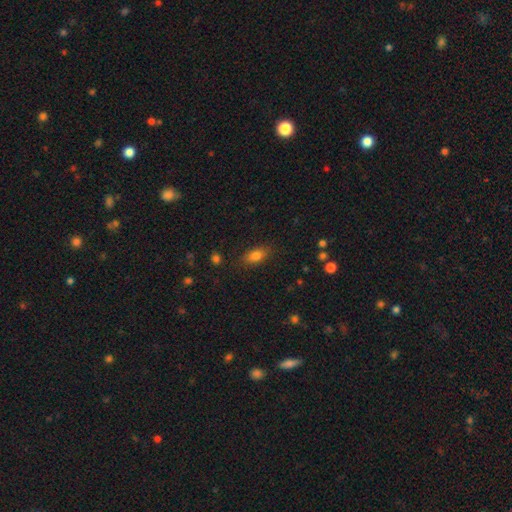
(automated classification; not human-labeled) The model was most divided on "smooth or featured": smooth: 80%, star or artifact: 10%, featured or disk: 10%. More confident: merging — none (83%); how rounded — in between (83%).